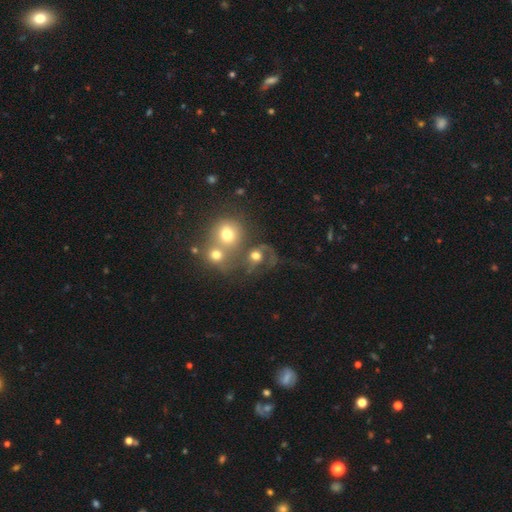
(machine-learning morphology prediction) Smooth or featured?
  - smooth: 47% *
  - featured or disk: 39%
  - star or artifact: 14%
Merging?
  - merger: 40% *
  - none: 29%
  - major disturbance: 19%
  - minor disturbance: 12%